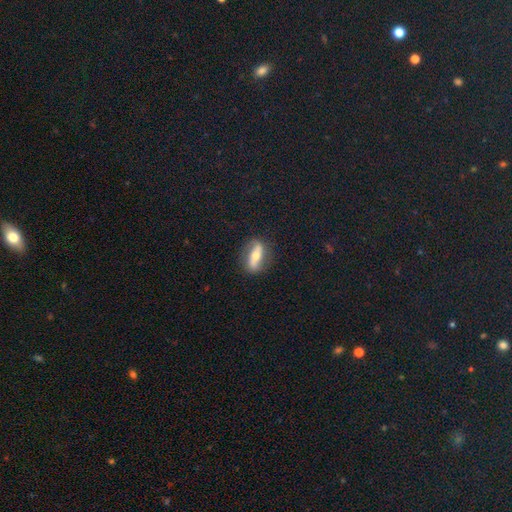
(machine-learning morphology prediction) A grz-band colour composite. It shows a featured or disk galaxy (60%). Merging: none (82%).